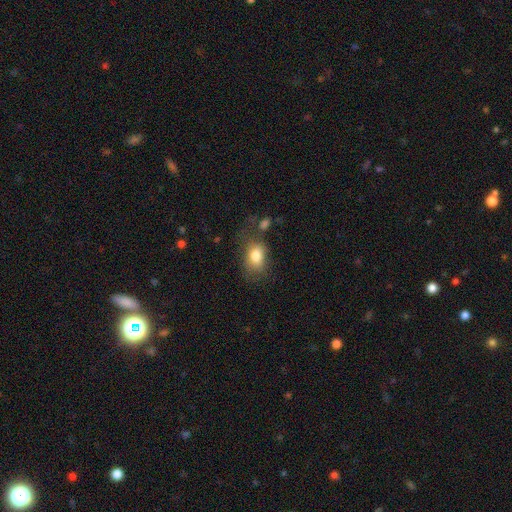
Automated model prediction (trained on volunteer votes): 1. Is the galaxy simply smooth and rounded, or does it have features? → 80% smooth, 12% featured or disk, 8% star or artifact.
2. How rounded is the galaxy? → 79% in between, 20% round, 2% cigar-shaped.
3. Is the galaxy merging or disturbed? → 52% none, 24% minor disturbance, 17% major disturbance, 7% merger.